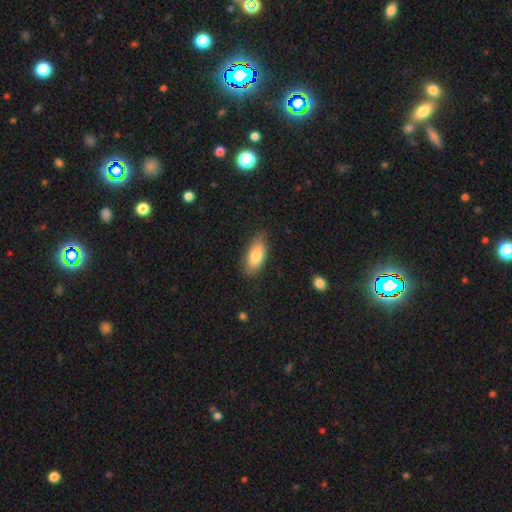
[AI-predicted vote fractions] A smooth galaxy with no disk features (81%) that is in between round and cigar-shaped (84%).

Vote fractions:
- Smooth or featured? smooth: 81% / featured or disk: 12% / star or artifact: 7%
- How rounded? in between: 84% / cigar-shaped: 13% / round: 3%
- Merging? none: 82% / minor disturbance: 14% / major disturbance: 3% / merger: 1%